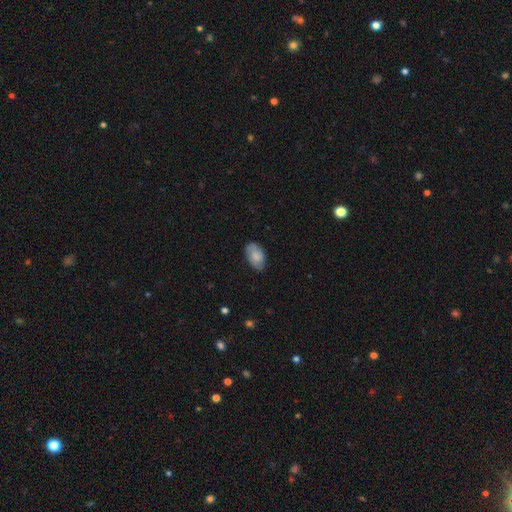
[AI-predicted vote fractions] A smooth galaxy with no disk features (70%) that is in between round and cigar-shaped (93%). Merging: none (77%).